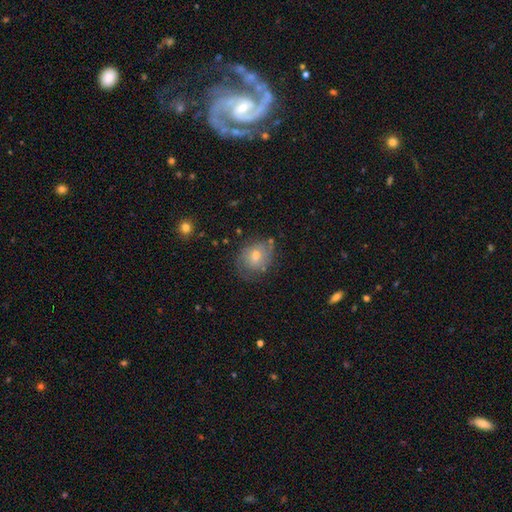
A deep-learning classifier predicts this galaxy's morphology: Smooth or featured?
  - smooth: 51% *
  - featured or disk: 40%
  - star or artifact: 9%
How rounded?
  - round: 50% *
  - in between: 49%
  - cigar-shaped: 1%
Merging?
  - none: 61% *
  - minor disturbance: 25%
  - major disturbance: 11%
  - merger: 3%